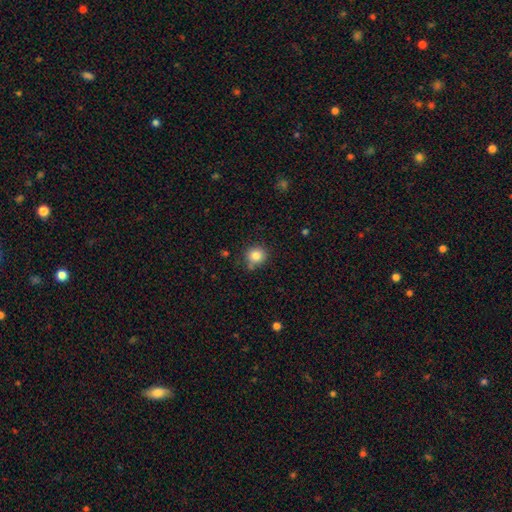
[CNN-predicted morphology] Q: Smooth or featured?
A: smooth (83%); runner-up: star or artifact (11%)
Q: How rounded?
A: round (90%); runner-up: in between (9%)
Q: Merging?
A: none (77%); runner-up: minor disturbance (14%)